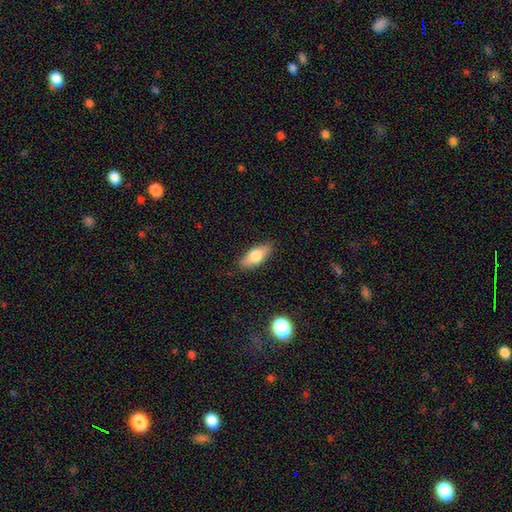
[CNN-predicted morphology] Overall: smooth (69%). How rounded: in between (77%). Merging: none (85%).